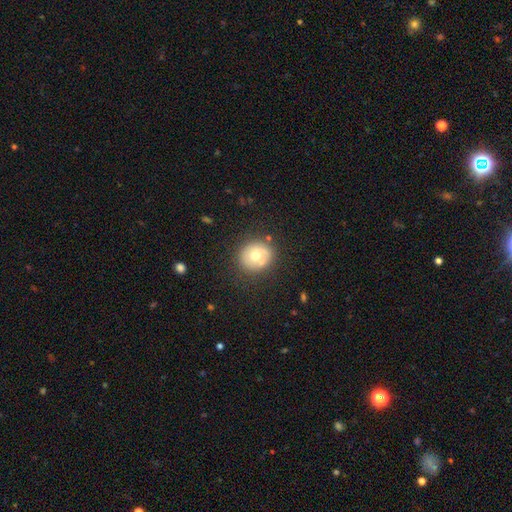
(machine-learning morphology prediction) smooth-or-featured: smooth: 59% | featured or disk: 32% | star or artifact: 9%
  how-rounded: round: 81% | in between: 18% | cigar-shaped: 1%
  merging: none: 76% | minor disturbance: 15% | major disturbance: 6% | merger: 4%